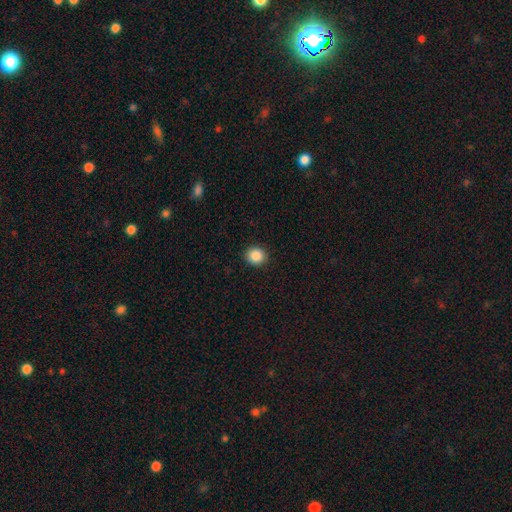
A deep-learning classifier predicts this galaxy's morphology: A smooth galaxy with no disk features (87%) that is round (87%).

Vote fractions:
- Smooth or featured? smooth: 87% / star or artifact: 9% / featured or disk: 3%
- How rounded? round: 87% / in between: 12% / cigar-shaped: 1%
- Merging? none: 92% / minor disturbance: 5% / major disturbance: 2% / merger: 1%